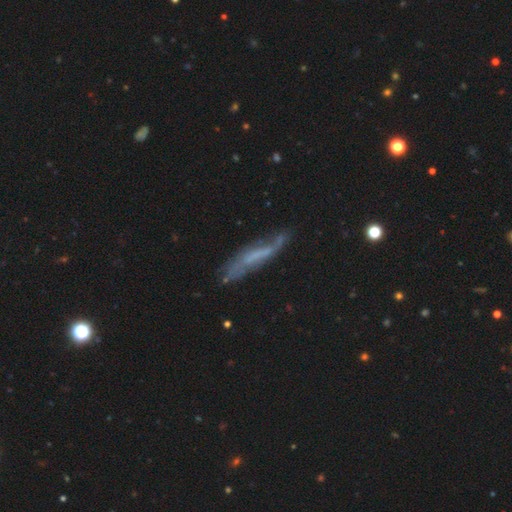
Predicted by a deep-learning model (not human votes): Smooth or featured?
  - featured or disk: 58% *
  - smooth: 32%
  - star or artifact: 10%
Edge-on disk?
  - yes: 53% *
  - no: 47%
Merging?
  - none: 59% *
  - minor disturbance: 26%
  - major disturbance: 11%
  - merger: 4%